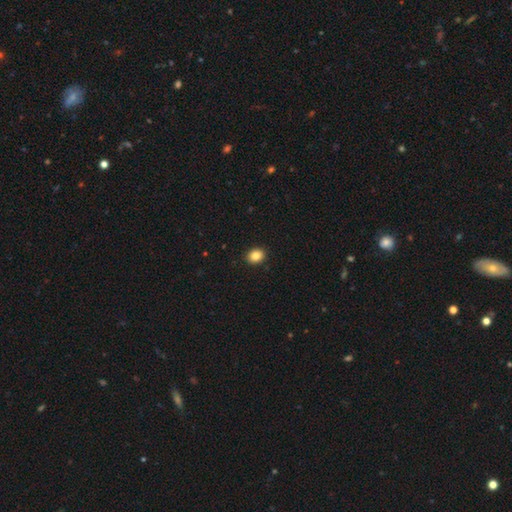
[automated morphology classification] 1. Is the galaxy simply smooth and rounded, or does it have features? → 86% smooth, 10% star or artifact, 4% featured or disk.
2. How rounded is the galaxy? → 52% round, 47% in between, 1% cigar-shaped.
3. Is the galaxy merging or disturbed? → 92% none, 6% minor disturbance, 2% major disturbance, 1% merger.